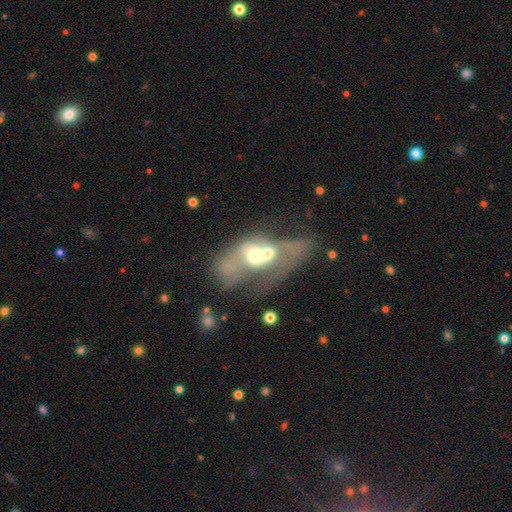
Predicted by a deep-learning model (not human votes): smooth_or_featured: featured or disk (p=0.53) [alt: smooth p=0.37]
disk_edge_on: no (p=0.94) [alt: yes p=0.06]
merging: merger (p=0.75) [alt: major disturbance p=0.15]